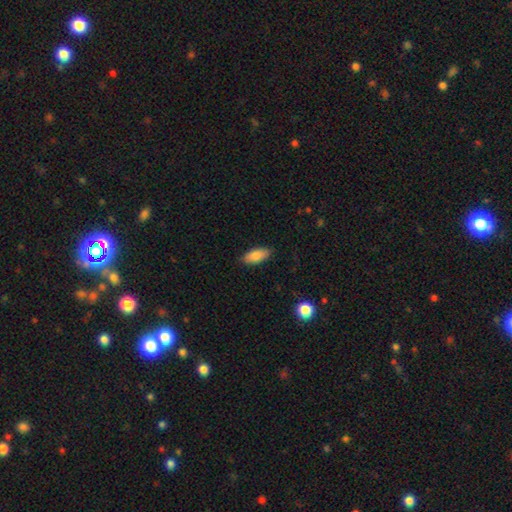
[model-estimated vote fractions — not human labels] Smooth or featured? smooth (85%)
How rounded? in between (86%)
Merging? none (86%)